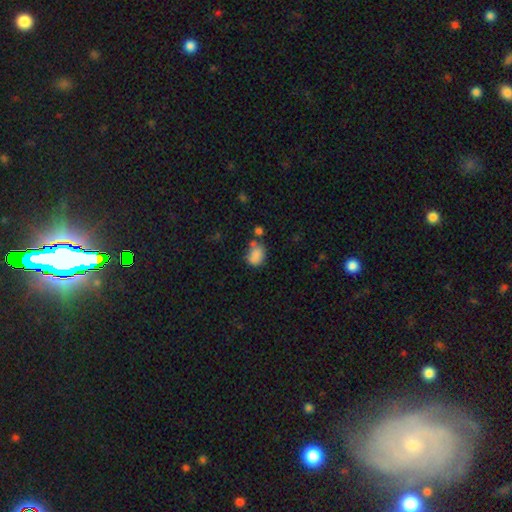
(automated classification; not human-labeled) Smooth or featured? Predicted: smooth (p=0.83). How rounded? Predicted: in between (p=0.60). Merging? Predicted: none (p=0.52).